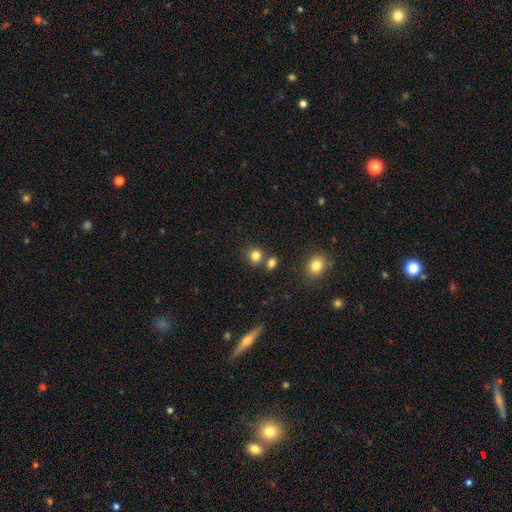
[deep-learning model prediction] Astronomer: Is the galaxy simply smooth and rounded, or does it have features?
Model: smooth — 82%.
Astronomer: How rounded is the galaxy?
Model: round — 81%.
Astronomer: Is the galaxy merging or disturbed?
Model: none — 70%.